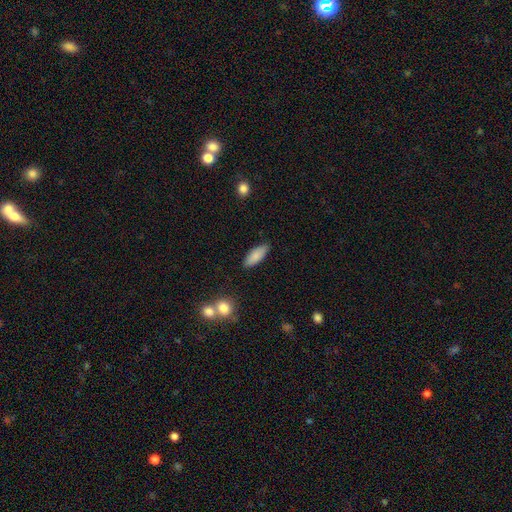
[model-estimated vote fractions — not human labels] Smooth or featured? Predicted: smooth (p=0.84). How rounded? Predicted: in between (p=0.72). Merging? Predicted: none (p=0.85).